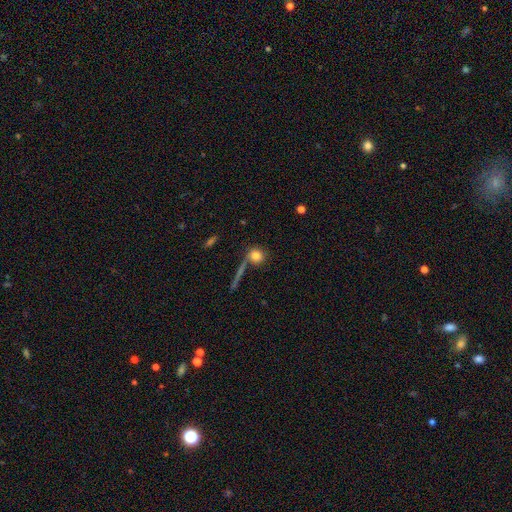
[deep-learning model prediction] The model was most divided on "merging": none: 64%, merger: 16%, minor disturbance: 12%, major disturbance: 7%. More confident: how rounded — round (85%); smooth or featured — smooth (78%).